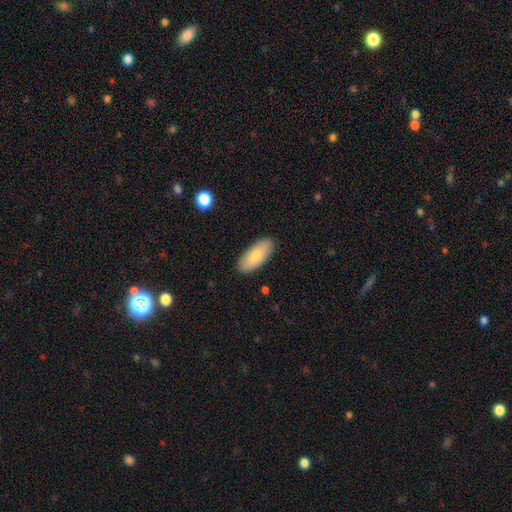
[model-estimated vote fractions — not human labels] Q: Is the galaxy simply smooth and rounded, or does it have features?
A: smooth — 79%.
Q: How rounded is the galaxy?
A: in between — 86%.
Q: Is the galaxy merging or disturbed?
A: none — 88%.